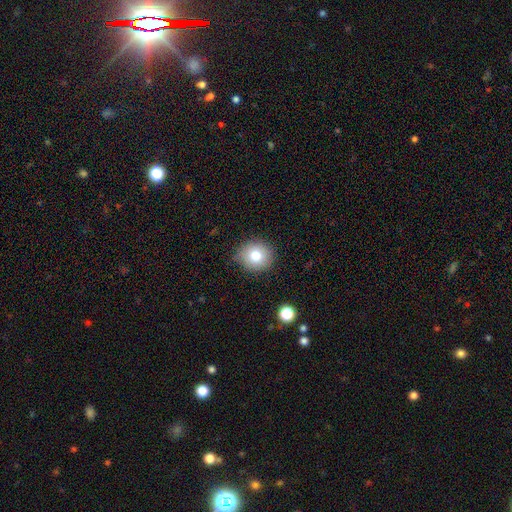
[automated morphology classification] The model was most divided on "smooth or featured": smooth: 77%, featured or disk: 12%, star or artifact: 11%. More confident: how rounded — round (87%); merging — none (84%).